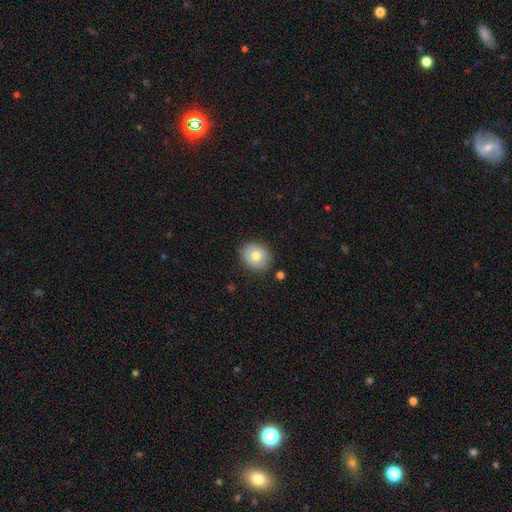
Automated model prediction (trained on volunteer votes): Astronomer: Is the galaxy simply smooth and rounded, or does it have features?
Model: smooth — 70%.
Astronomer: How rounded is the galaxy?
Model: round — 72%.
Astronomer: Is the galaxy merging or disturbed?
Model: none — 82%.